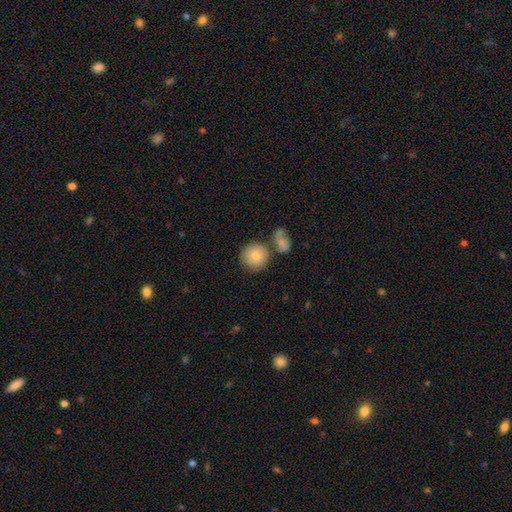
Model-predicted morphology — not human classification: Overall: smooth (83%). How rounded: round (91%). Merging: none (69%).